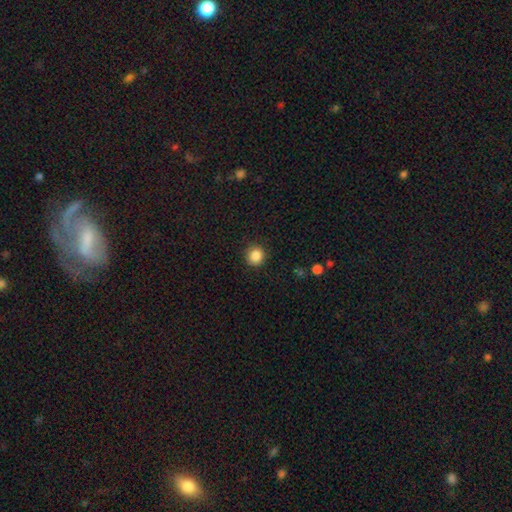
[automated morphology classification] This appears to be a smooth galaxy with no disk features (86%) that is round (92%). Merging: none (91%).